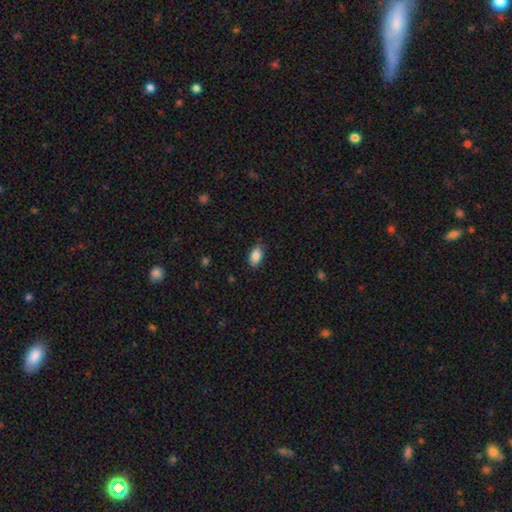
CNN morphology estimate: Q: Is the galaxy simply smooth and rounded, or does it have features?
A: smooth — 88%.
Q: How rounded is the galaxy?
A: in between — 92%.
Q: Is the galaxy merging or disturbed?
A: none — 82%.